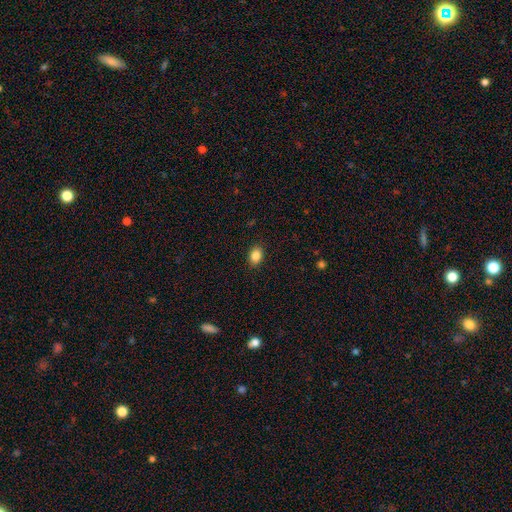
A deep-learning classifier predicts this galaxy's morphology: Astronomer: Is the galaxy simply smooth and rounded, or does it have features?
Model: smooth — 86%.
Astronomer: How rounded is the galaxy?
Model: in between — 75%.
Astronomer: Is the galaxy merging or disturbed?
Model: none — 88%.